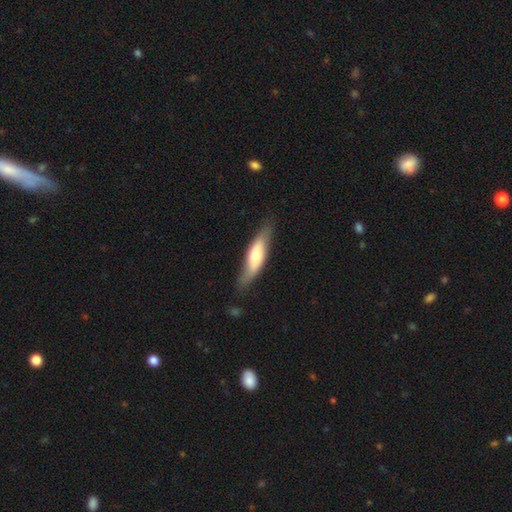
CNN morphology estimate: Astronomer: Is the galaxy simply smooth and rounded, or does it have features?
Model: smooth — 53% (runner-up: featured or disk, 41%).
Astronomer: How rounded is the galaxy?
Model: cigar-shaped — 61% (runner-up: in between, 37%).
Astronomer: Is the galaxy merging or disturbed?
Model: none — 74%.